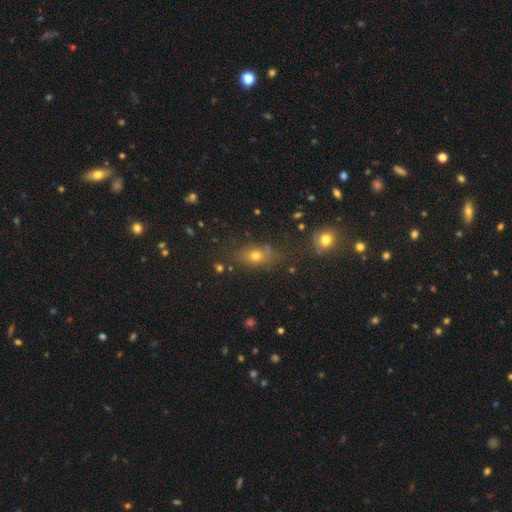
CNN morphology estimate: A smooth galaxy with no disk features (65%) that is in between round and cigar-shaped (63%). Merging: none (71%).